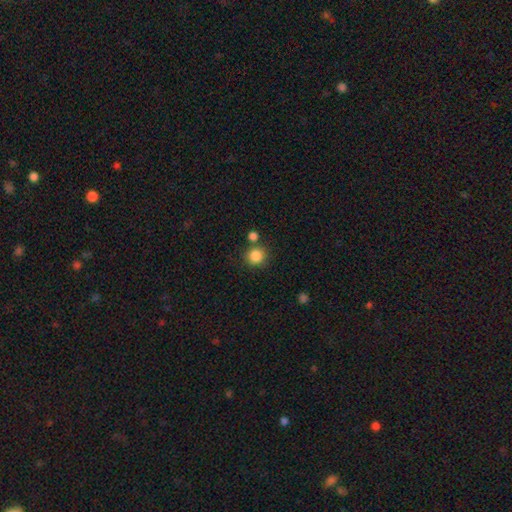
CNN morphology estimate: Smooth or featured?
  - smooth: 86% *
  - star or artifact: 10%
  - featured or disk: 4%
How rounded?
  - round: 91% *
  - in between: 8%
  - cigar-shaped: 1%
Merging?
  - none: 74% *
  - merger: 14%
  - minor disturbance: 9%
  - major disturbance: 3%